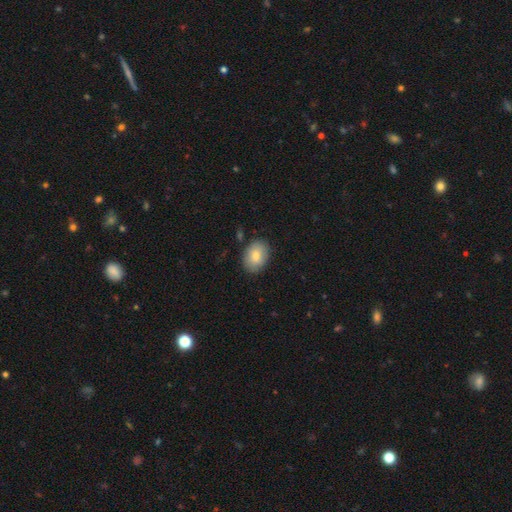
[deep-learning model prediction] smooth-or-featured: smooth: 80% | featured or disk: 13% | star or artifact: 7%
  how-rounded: in between: 76% | round: 23% | cigar-shaped: 1%
  merging: none: 83% | minor disturbance: 12% | major disturbance: 3% | merger: 2%